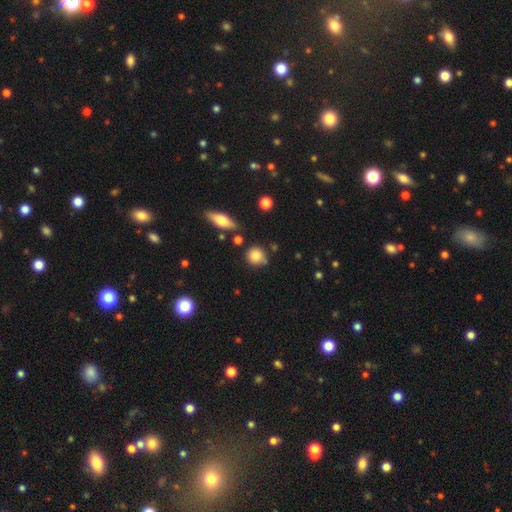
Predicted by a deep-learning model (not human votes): Smooth or featured? Predicted: smooth (p=0.82). How rounded? Predicted: round (p=0.85). Merging? Predicted: none (p=0.68).